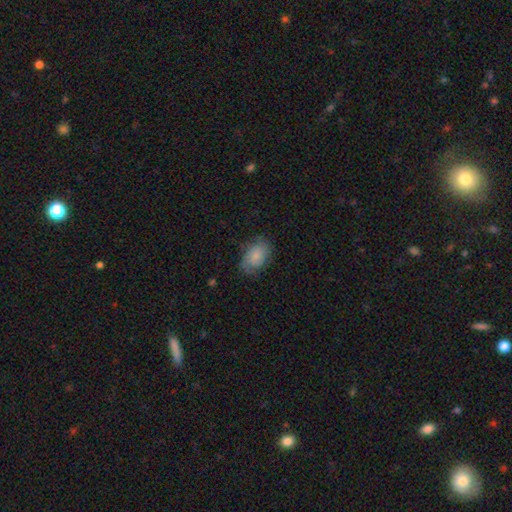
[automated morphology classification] This appears to be a smooth galaxy with no disk features (71%) that is in between round and cigar-shaped (83%). Merging: none (67%).